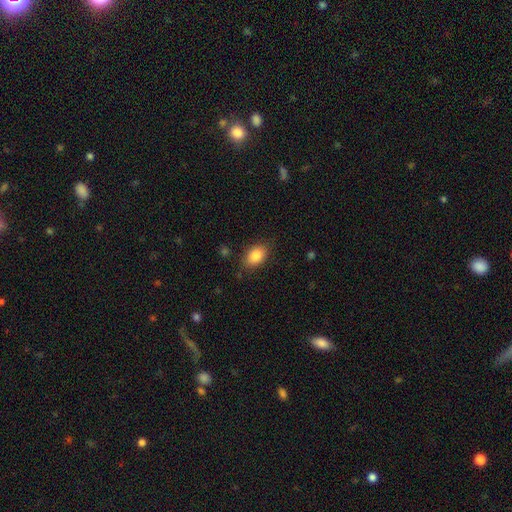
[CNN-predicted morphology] smooth-or-featured: smooth: 85% | star or artifact: 8% | featured or disk: 7%
  how-rounded: in between: 84% | round: 14% | cigar-shaped: 1%
  merging: none: 82% | minor disturbance: 13% | major disturbance: 3% | merger: 1%